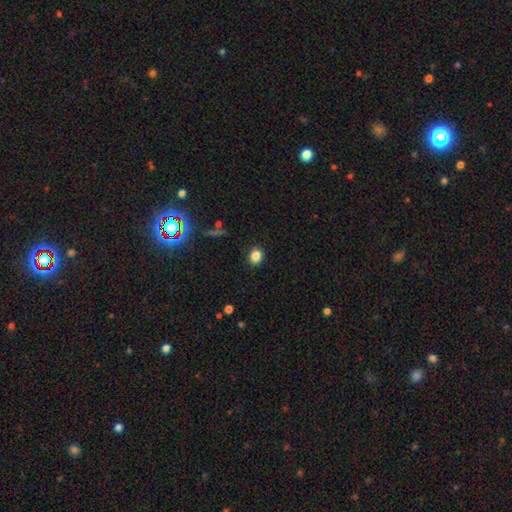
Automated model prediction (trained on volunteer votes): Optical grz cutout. It shows a smooth galaxy with no disk features (83%) that is round (63%). Merging: none (89%).